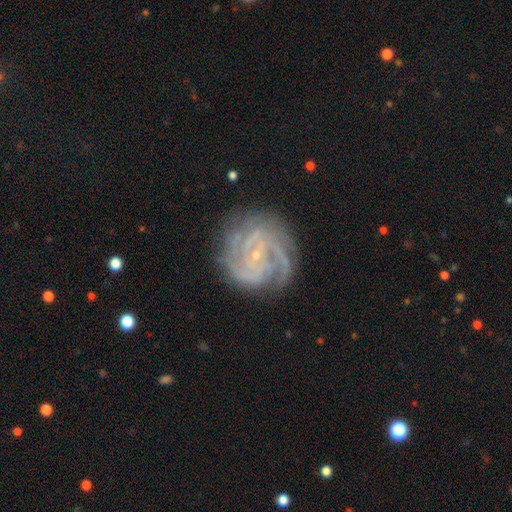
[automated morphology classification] Smooth or featured? featured or disk (83%)
Edge-on disk? no (98%)
Bar? no (54%)
Spiral arms? yes (96%)
Spiral winding? tight (60%)
Spiral arm count? can't tell (25%, tied with 2)
Bulge size? small (85%)
Merging? none (76%)